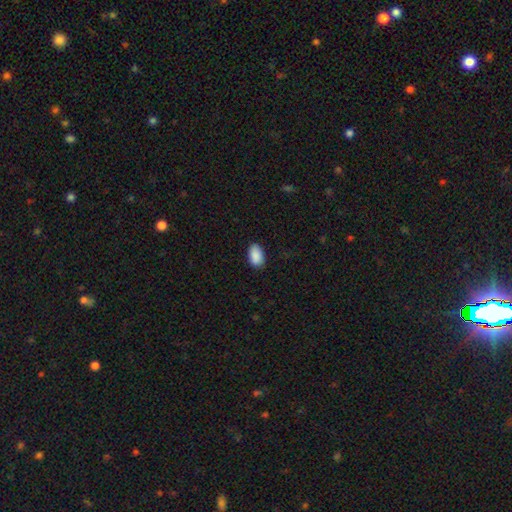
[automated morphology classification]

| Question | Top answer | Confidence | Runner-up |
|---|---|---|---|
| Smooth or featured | smooth | 90% | star or artifact (7%) |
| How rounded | in between | 93% | round (6%) |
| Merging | none | 84% | minor disturbance (13%) |